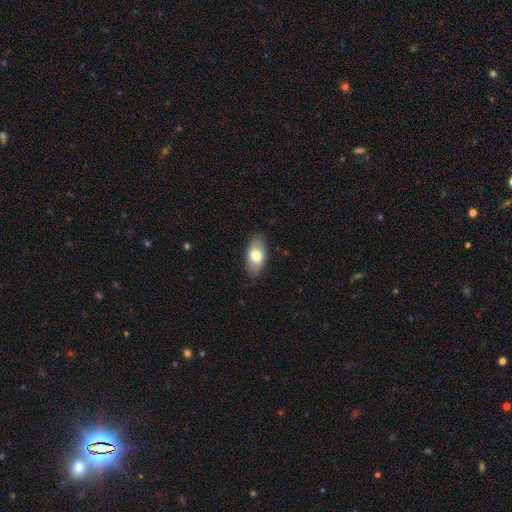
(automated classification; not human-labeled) smooth-or-featured: smooth: 76% | featured or disk: 18% | star or artifact: 6%
  how-rounded: in between: 92% | cigar-shaped: 4% | round: 4%
  merging: none: 83% | minor disturbance: 13% | major disturbance: 3% | merger: 1%